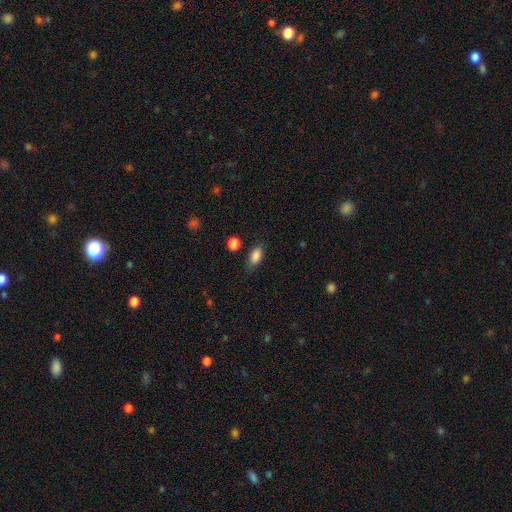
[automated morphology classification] Q: Smooth or featured?
A: smooth (86%); runner-up: star or artifact (9%)
Q: How rounded?
A: in between (87%); runner-up: round (10%)
Q: Merging?
A: none (75%); runner-up: minor disturbance (18%)